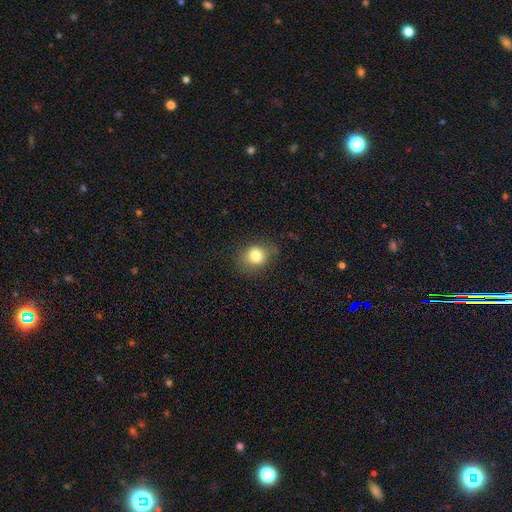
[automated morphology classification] This appears to be a smooth galaxy with no disk features (80%) that is round (65%). Merging: none (73%).